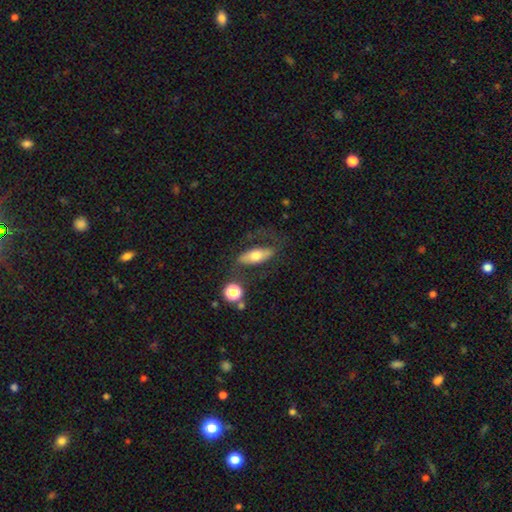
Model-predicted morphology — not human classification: smooth 54%, featured or disk 38%, star or artifact 7%. Down the decision tree: how rounded — in between (67%); merging — none (66%).